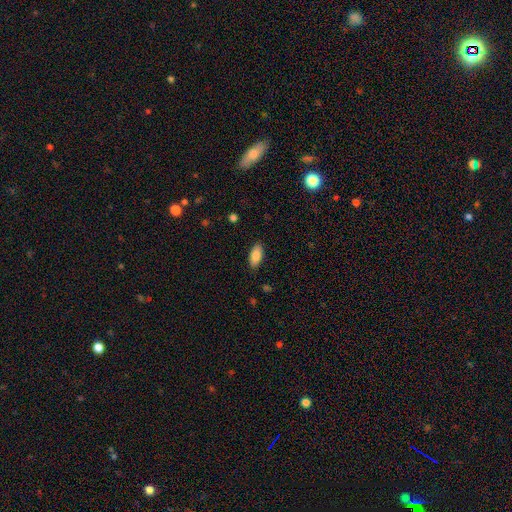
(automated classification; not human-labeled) Morphology: type=smooth (83%); roundness=in between (86%); merging=none (88%).